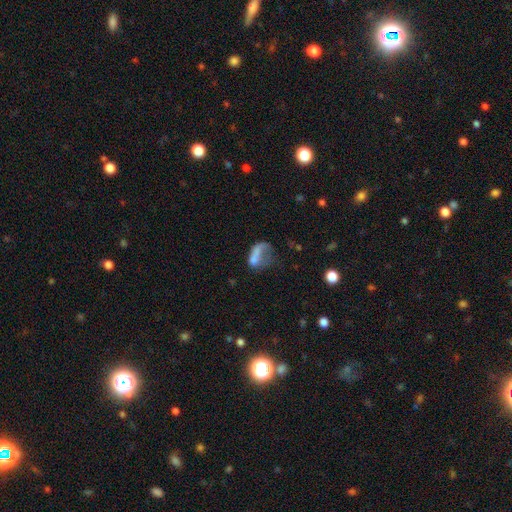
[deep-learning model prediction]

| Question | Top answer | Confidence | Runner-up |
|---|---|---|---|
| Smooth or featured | smooth | 53% | featured or disk (35%) |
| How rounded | in between | 76% | round (18%) |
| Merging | major disturbance | 53% | none (20%) |